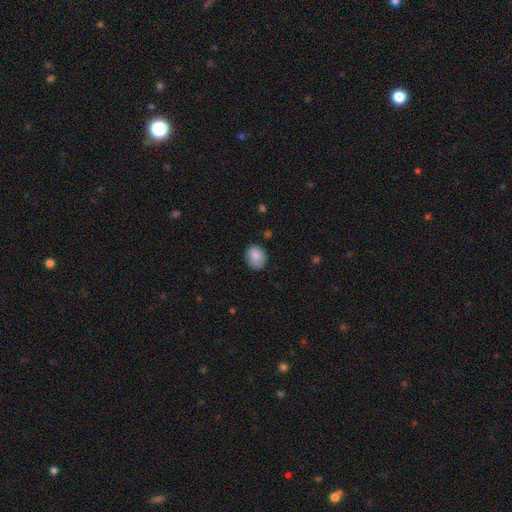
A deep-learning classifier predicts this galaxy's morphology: A smooth galaxy with no disk features (85%) that is round (51%). Merging: none (79%).